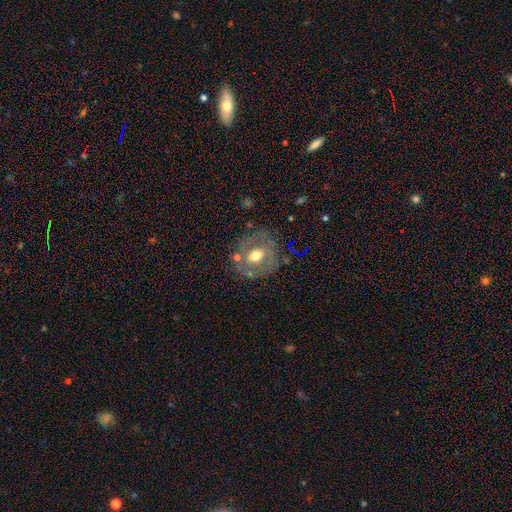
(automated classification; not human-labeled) The model was most divided on "smooth or featured": featured or disk: 53%, smooth: 39%, star or artifact: 9%. More confident: edge-on disk — no (94%); merging — none (70%).